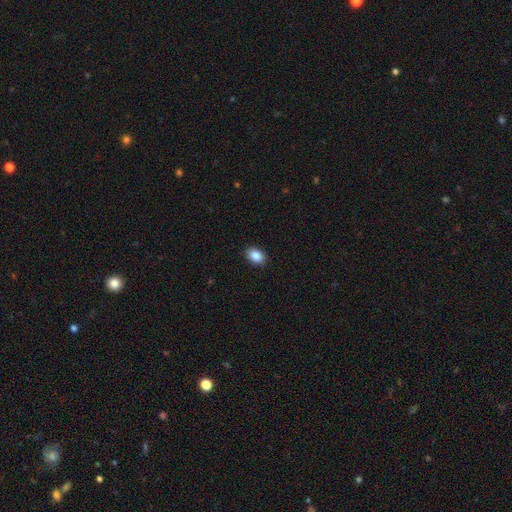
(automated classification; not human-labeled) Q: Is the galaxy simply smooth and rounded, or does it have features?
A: smooth — 88%.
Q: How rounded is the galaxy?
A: in between — 80%.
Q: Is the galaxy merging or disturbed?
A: none — 90%.